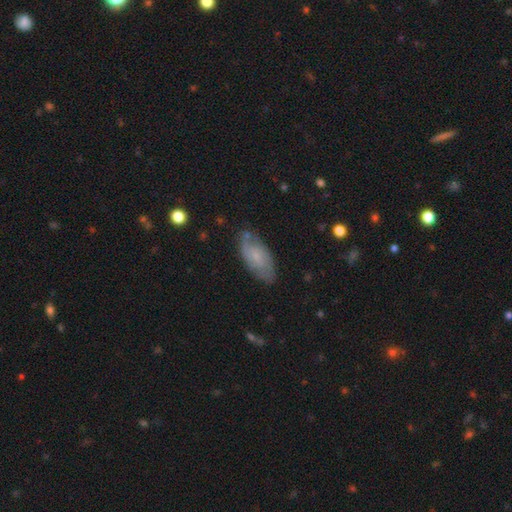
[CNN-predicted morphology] Smooth or featured: featured or disk — 54% (smooth — 38%)
Edge-on disk: no — 92% (yes — 8%)
Merging: none — 71% (minor disturbance — 21%)